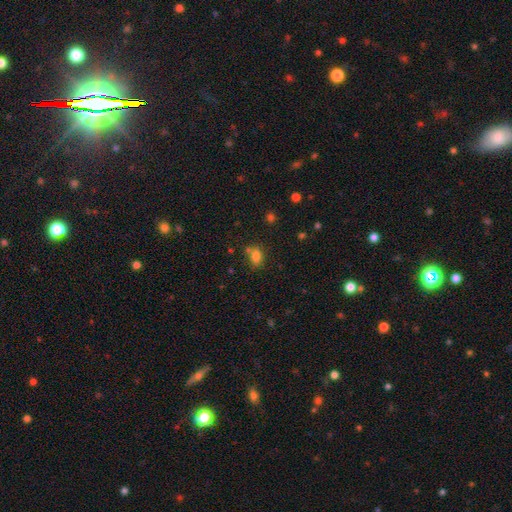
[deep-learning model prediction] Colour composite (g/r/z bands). It shows a smooth galaxy with no disk features (79%) that is in between round and cigar-shaped (76%). Merging: none (62%).